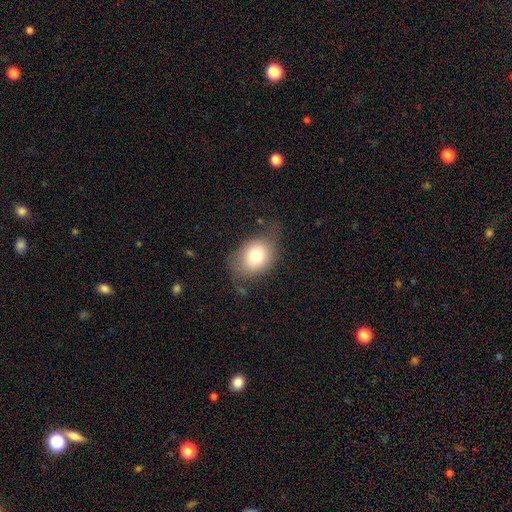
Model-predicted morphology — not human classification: The model was most divided on "how rounded": in between: 58%, round: 41%, cigar-shaped: 1%. More confident: smooth or featured — smooth (72%); merging — none (60%).